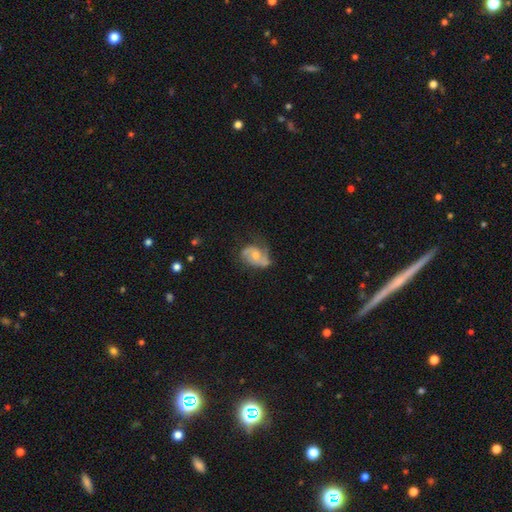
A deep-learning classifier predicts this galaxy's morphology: A featured or disk galaxy (69%) with no bar (66%), 2 (75%) medium (46%) spiral arms (89%) and a moderate central bulge (55%). Merging: none (50%).